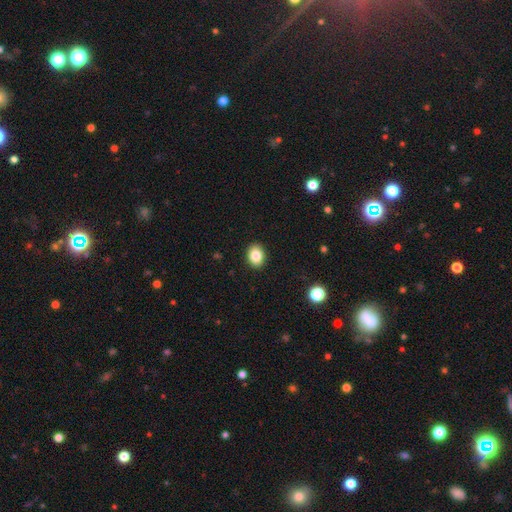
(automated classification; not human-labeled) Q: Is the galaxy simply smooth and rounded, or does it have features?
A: smooth — 84%.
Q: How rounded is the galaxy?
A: in between — 64%.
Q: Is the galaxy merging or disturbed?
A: none — 91%.